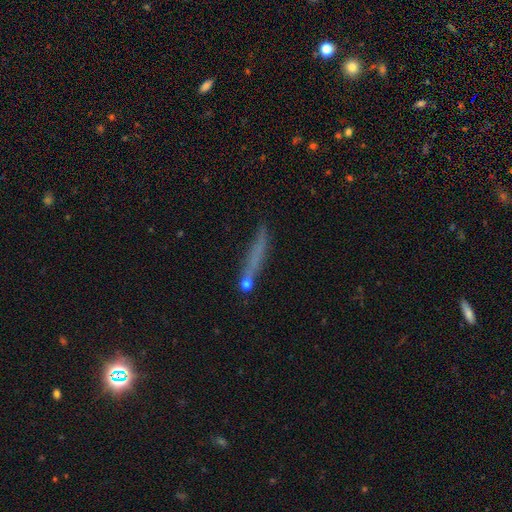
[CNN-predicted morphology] A smooth galaxy with no disk features (59%) that is cigar-shaped (92%).

Vote fractions:
- Smooth or featured? smooth: 59% / featured or disk: 28% / star or artifact: 13%
- How rounded? cigar-shaped: 92% / in between: 5% / round: 2%
- Merging? none: 71% / minor disturbance: 16% / merger: 6% / major disturbance: 6%